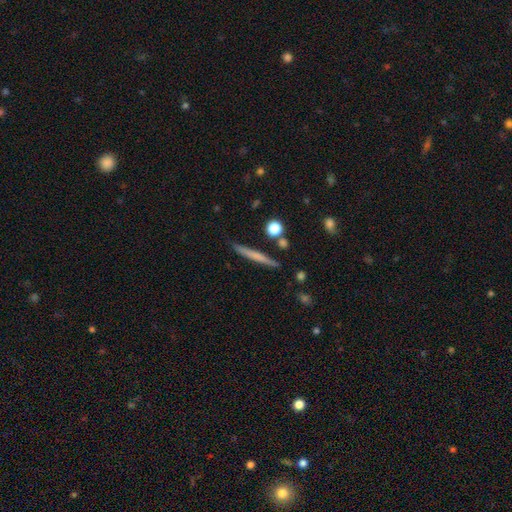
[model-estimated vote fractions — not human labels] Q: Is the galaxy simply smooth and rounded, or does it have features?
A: smooth — 55%.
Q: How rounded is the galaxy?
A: cigar-shaped — 94%.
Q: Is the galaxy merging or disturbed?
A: none — 87%.